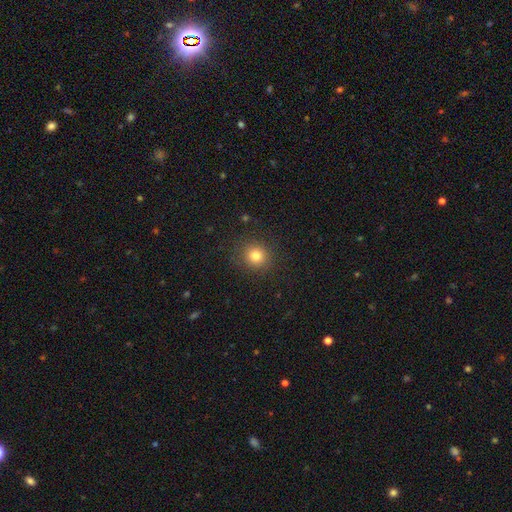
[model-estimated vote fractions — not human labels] This is clearly a smooth galaxy (80%). How rounded: clearly round (89%). Merging: clearly none (88%).